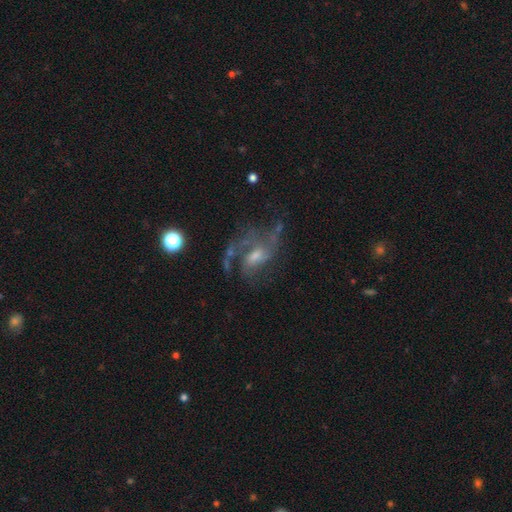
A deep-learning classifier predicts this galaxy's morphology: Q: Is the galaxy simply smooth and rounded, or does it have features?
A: featured or disk — 78%.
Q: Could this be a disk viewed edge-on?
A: no — 97%.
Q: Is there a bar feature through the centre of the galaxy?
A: weak — 45%.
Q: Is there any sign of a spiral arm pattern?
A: yes — 85%.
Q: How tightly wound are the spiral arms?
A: medium — 45%.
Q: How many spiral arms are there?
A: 2 — 43%.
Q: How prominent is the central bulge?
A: moderate — 43%.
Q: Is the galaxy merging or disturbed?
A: none — 47%.